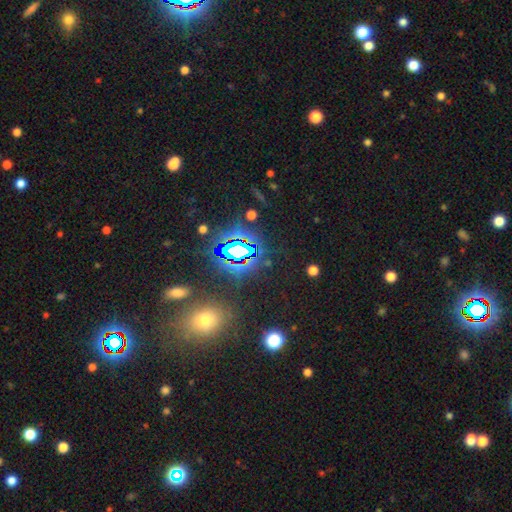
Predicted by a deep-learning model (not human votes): Morphology: type=star or artifact (76%).